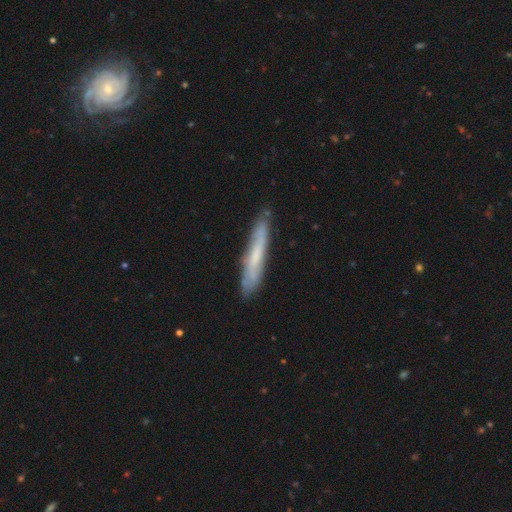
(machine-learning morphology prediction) Smooth or featured: featured or disk — 49% (smooth — 44%)
Merging: none — 78% (minor disturbance — 17%)